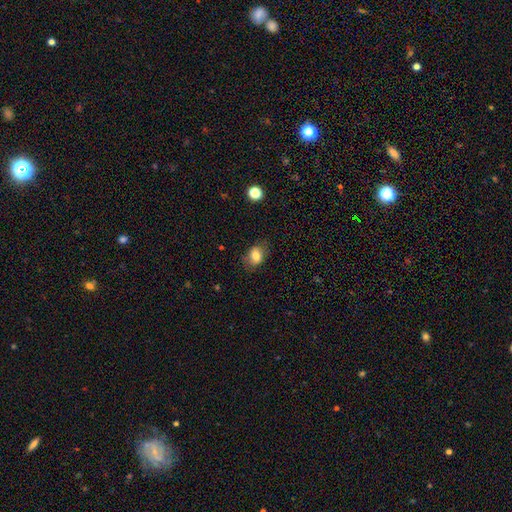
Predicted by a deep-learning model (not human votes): This appears to be a smooth galaxy with no disk features (77%) that is in between round and cigar-shaped (73%). Merging: none (73%).